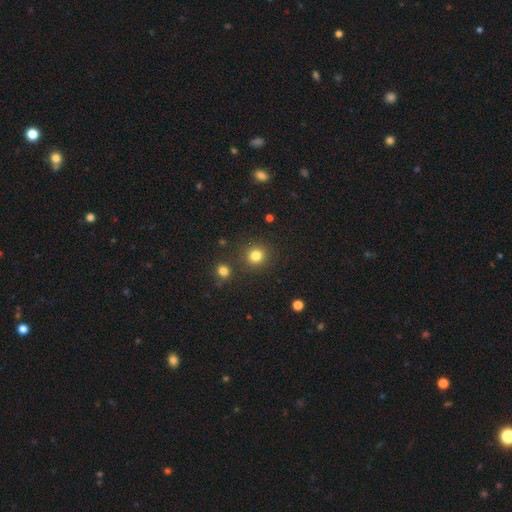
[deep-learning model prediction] smooth 81%, star or artifact 13%, featured or disk 5%. Down the decision tree: how rounded — round (90%); merging — none (87%).